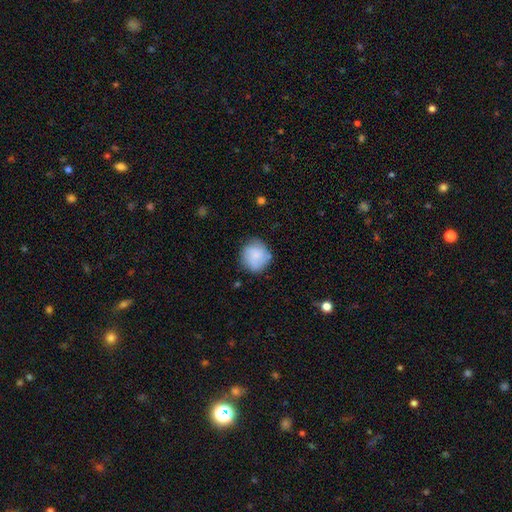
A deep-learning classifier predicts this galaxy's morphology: Smooth or featured: smooth — 72% (featured or disk — 21%)
How rounded: round — 86% (in between — 13%)
Merging: none — 72% (minor disturbance — 20%)